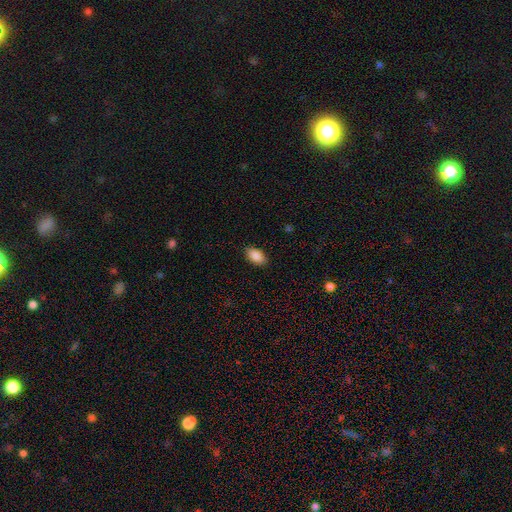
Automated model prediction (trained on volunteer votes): Smooth or featured?
  - smooth: 89% *
  - star or artifact: 7%
  - featured or disk: 4%
How rounded?
  - in between: 93% *
  - round: 5%
  - cigar-shaped: 2%
Merging?
  - none: 88% *
  - minor disturbance: 9%
  - major disturbance: 2%
  - merger: 1%